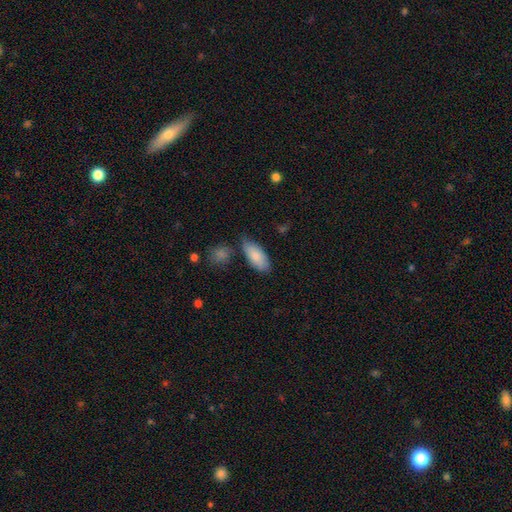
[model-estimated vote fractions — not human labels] Morphology: type=smooth (84%); roundness=in between (89%); merging=none (66%).